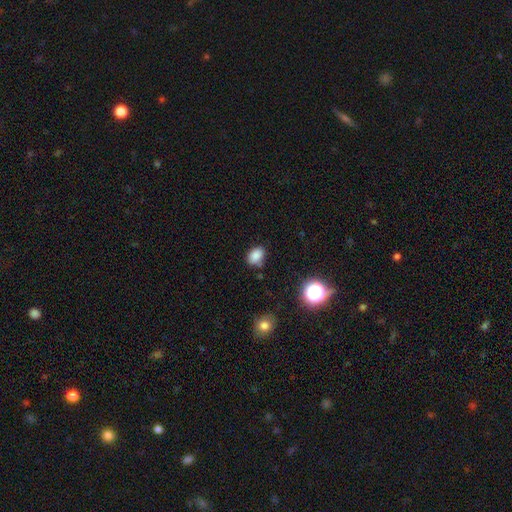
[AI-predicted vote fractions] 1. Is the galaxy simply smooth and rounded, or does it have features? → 83% smooth, 12% star or artifact, 5% featured or disk.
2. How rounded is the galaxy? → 74% in between, 25% round, 1% cigar-shaped.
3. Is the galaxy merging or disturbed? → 72% none, 20% minor disturbance, 4% merger, 4% major disturbance.